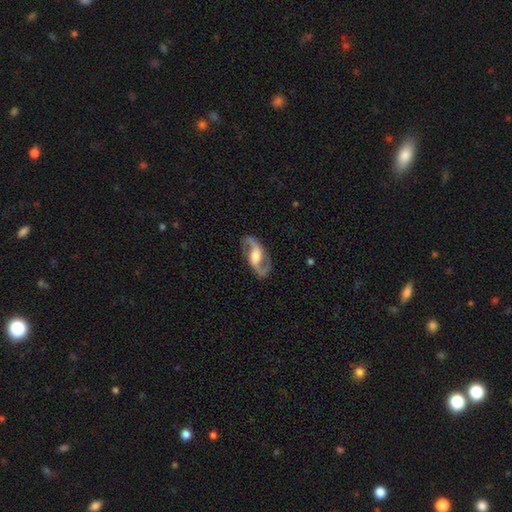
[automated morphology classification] Smooth or featured: featured or disk — 89% (smooth — 6%)
Edge-on disk: no — 96% (yes — 4%)
Bar: weak — 42% (no — 33%)
Spiral arms: yes — 96% (no — 4%)
Spiral winding: loose — 48% (medium — 44%)
Spiral arm count: 2 — 94% (can't tell — 2%)
Bulge size: moderate — 58% (large — 22%)
Merging: none — 84% (minor disturbance — 10%)